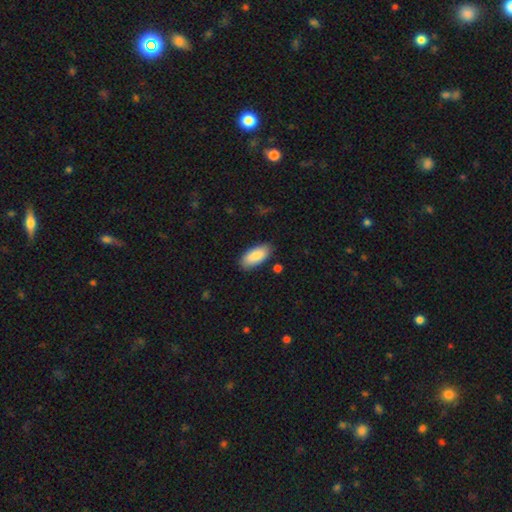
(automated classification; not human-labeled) Q: Smooth or featured?
A: smooth (87%); runner-up: featured or disk (7%)
Q: How rounded?
A: in between (90%); runner-up: cigar-shaped (8%)
Q: Merging?
A: none (84%); runner-up: minor disturbance (11%)